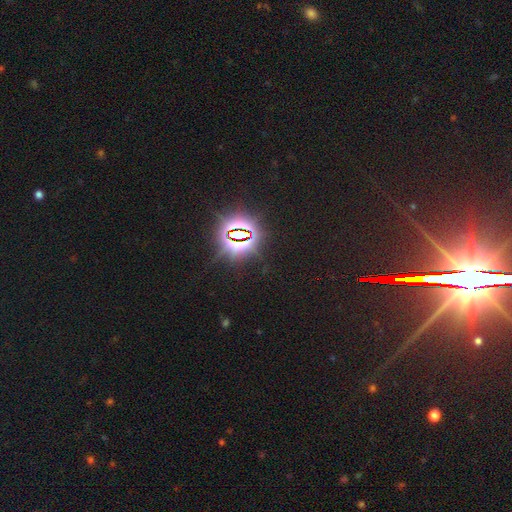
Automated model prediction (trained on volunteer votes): A star or artifact, not a galaxy (83%).

Vote fractions:
- Smooth or featured? star or artifact: 83% / smooth: 9% / featured or disk: 8%